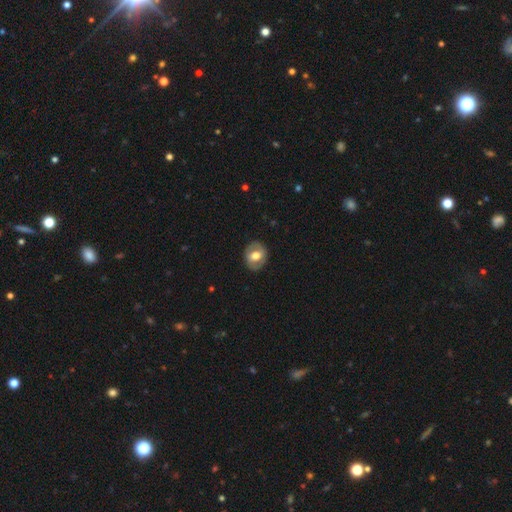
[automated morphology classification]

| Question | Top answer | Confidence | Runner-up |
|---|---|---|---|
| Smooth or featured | smooth | 50% | featured or disk (43%) |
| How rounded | round | 56% | in between (43%) |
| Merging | none | 84% | minor disturbance (11%) |